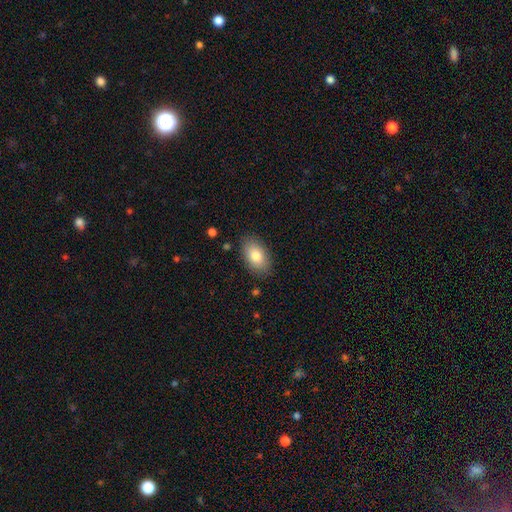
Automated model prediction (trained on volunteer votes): The model was most divided on "smooth or featured": smooth: 82%, featured or disk: 11%, star or artifact: 7%. More confident: how rounded — in between (91%); merging — none (85%).